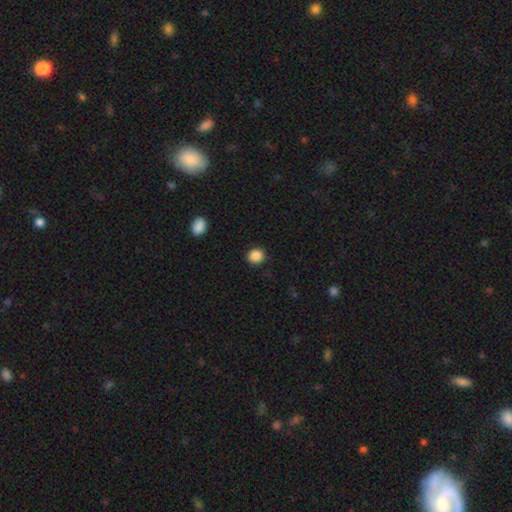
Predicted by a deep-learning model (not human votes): Overall: smooth (87%). How rounded: round (85%). Merging: none (90%).